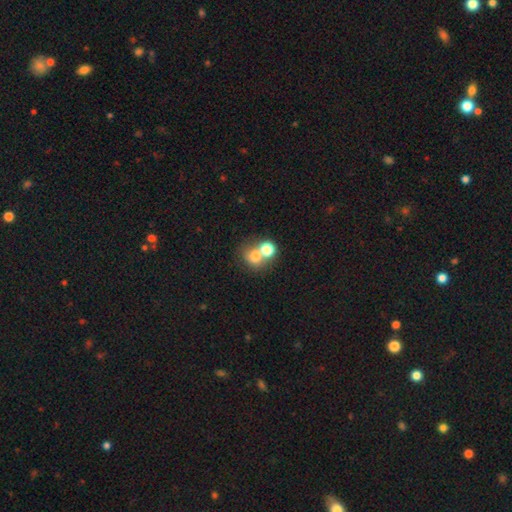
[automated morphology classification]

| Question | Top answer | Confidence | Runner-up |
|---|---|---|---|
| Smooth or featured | smooth | 72% | star or artifact (15%) |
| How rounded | round | 77% | in between (22%) |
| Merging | merger | 48% | none (42%) |